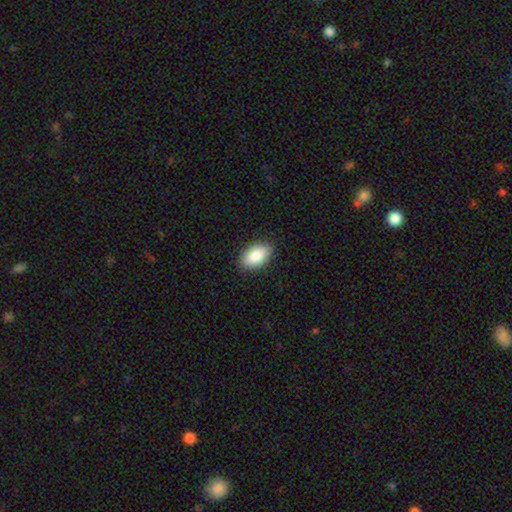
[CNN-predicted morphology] Smooth or featured?
  - smooth: 88% *
  - star or artifact: 6%
  - featured or disk: 5%
How rounded?
  - in between: 94% *
  - round: 4%
  - cigar-shaped: 2%
Merging?
  - none: 88% *
  - minor disturbance: 9%
  - major disturbance: 2%
  - merger: 1%